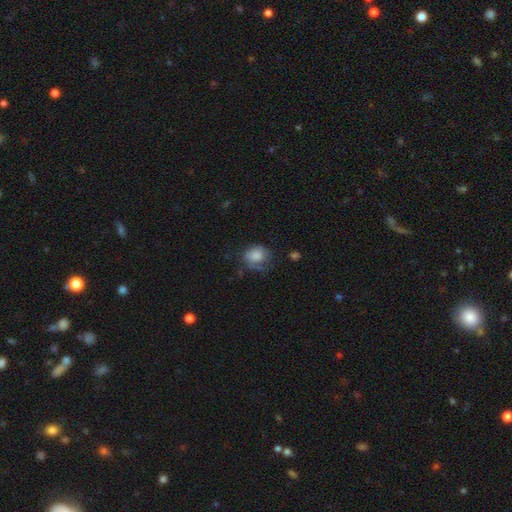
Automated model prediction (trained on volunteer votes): Q: Smooth or featured?
A: smooth (73%); runner-up: featured or disk (18%)
Q: How rounded?
A: round (59%); runner-up: in between (40%)
Q: Merging?
A: none (45%); runner-up: minor disturbance (31%)